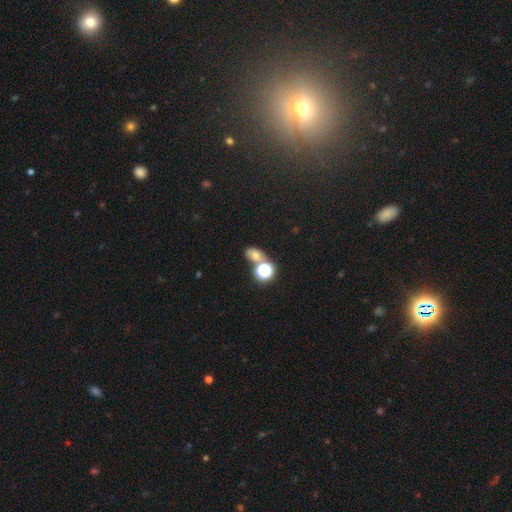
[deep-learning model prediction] Q: Smooth or featured?
A: smooth (62%); runner-up: star or artifact (25%)
Q: How rounded?
A: in between (56%); runner-up: round (42%)
Q: Merging?
A: none (44%); runner-up: merger (38%)